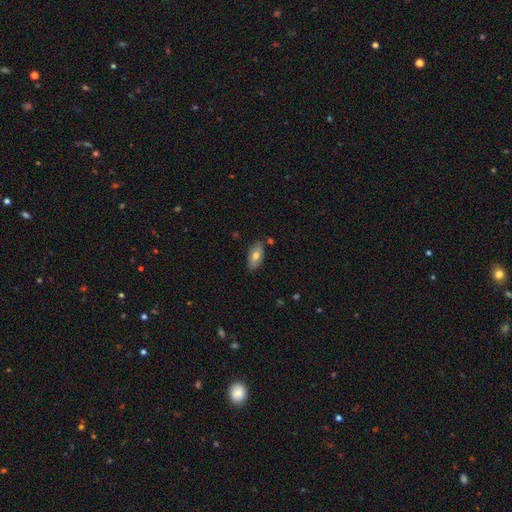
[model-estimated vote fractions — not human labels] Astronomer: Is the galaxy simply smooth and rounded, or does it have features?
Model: smooth — 70%.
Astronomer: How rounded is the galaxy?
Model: in between — 92%.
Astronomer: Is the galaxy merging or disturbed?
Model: none — 81%.